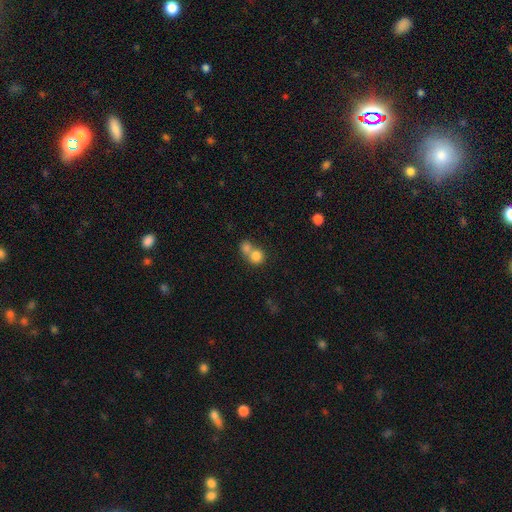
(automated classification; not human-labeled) Overall: smooth (79%). How rounded: round (81%). Merging: merger (62%; none 30%).